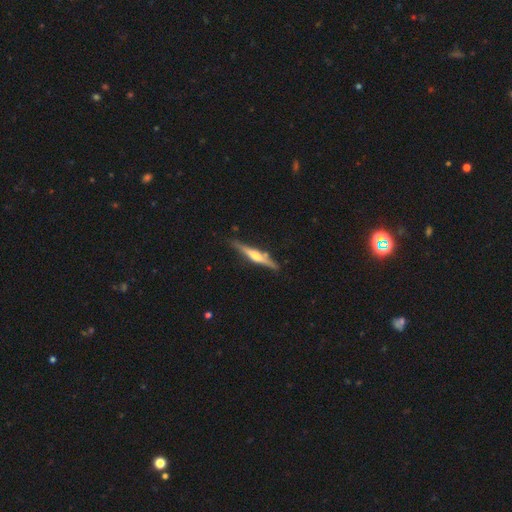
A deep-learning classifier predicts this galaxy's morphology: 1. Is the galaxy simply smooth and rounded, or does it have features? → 69% featured or disk, 26% smooth, 5% star or artifact.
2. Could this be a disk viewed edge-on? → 97% yes, 3% no.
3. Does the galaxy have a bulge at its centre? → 82% rounded, 11% boxy, 7% none.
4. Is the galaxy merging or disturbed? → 84% none, 11% minor disturbance, 3% merger, 2% major disturbance.